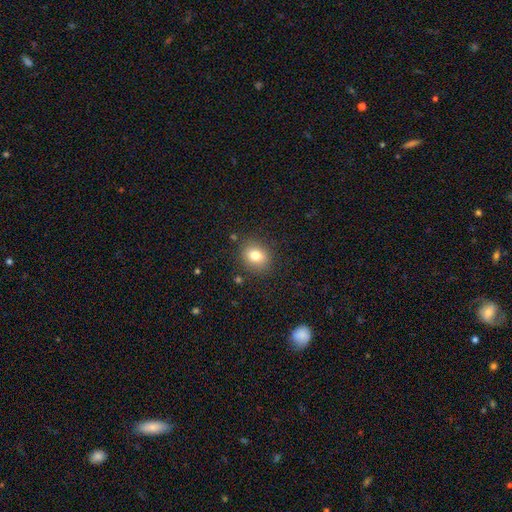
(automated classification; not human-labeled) Morphology: type=smooth (79%); roundness=round (58%); merging=none (85%).